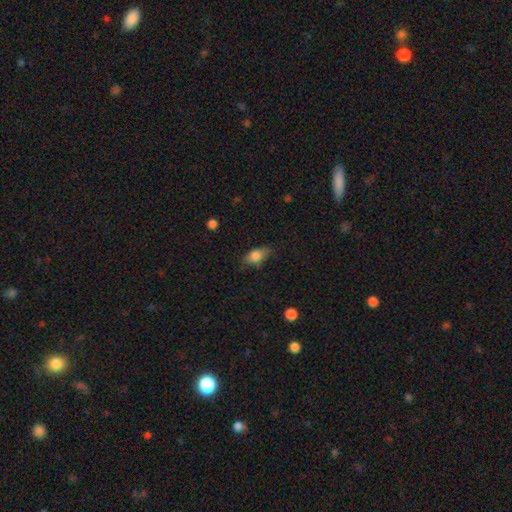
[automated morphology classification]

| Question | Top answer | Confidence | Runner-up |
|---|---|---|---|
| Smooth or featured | smooth | 81% | featured or disk (10%) |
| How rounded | in between | 83% | round (11%) |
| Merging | none | 67% | minor disturbance (25%) |